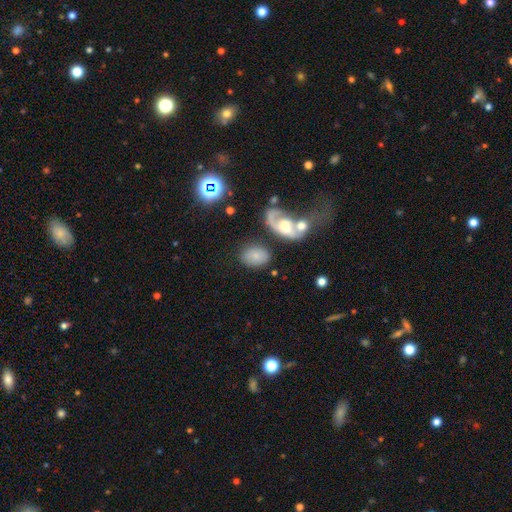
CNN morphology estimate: A smooth galaxy with no disk features (69%) that is in between round and cigar-shaped (74%).

Vote fractions:
- Smooth or featured? smooth: 69% / featured or disk: 21% / star or artifact: 10%
- How rounded? in between: 74% / round: 25% / cigar-shaped: 2%
- Merging? none: 63% / minor disturbance: 15% / merger: 14% / major disturbance: 8%